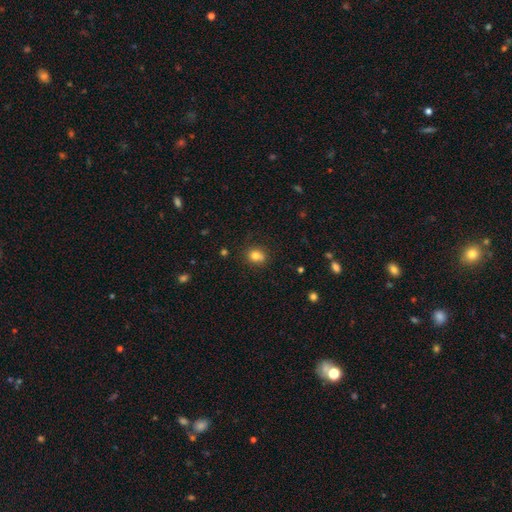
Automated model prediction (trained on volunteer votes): A smooth galaxy with no disk features (79%) that is round (58%).

Vote fractions:
- Smooth or featured? smooth: 79% / star or artifact: 12% / featured or disk: 9%
- How rounded? round: 58% / in between: 41% / cigar-shaped: 1%
- Merging? none: 68% / minor disturbance: 16% / merger: 12% / major disturbance: 4%